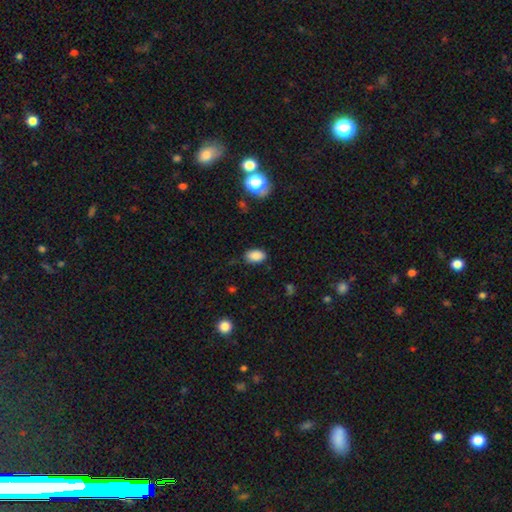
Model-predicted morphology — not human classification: The model was most divided on "merging": none: 82%, minor disturbance: 14%, major disturbance: 3%, merger: 1%. More confident: how rounded — in between (90%); smooth or featured — smooth (87%).